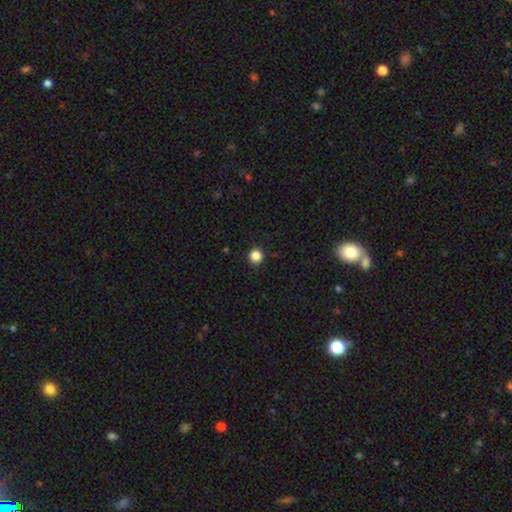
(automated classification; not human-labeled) smooth_or_featured: smooth (p=0.86) [alt: star or artifact p=0.12]
how_rounded: round (p=0.96) [alt: in between p=0.03]
merging: none (p=0.93) [alt: minor disturbance p=0.05]